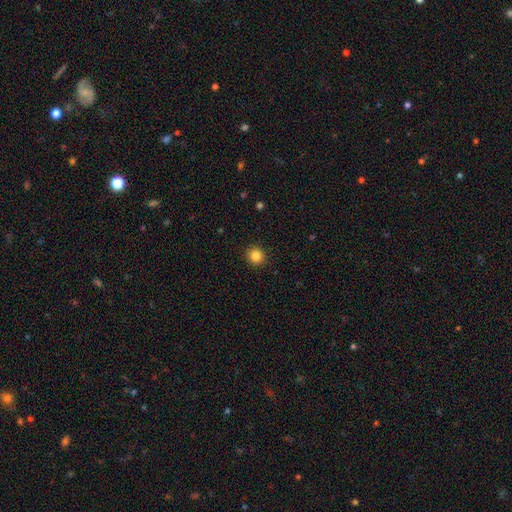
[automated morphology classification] smooth 85%, star or artifact 11%, featured or disk 4%. Down the decision tree: how rounded — round (92%); merging — none (92%).